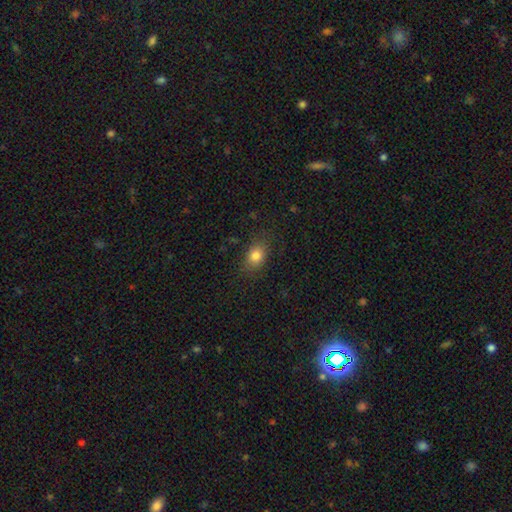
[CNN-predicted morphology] Smooth or featured: smooth — 82% (star or artifact — 10%)
How rounded: in between — 69% (round — 29%)
Merging: none — 82% (minor disturbance — 13%)